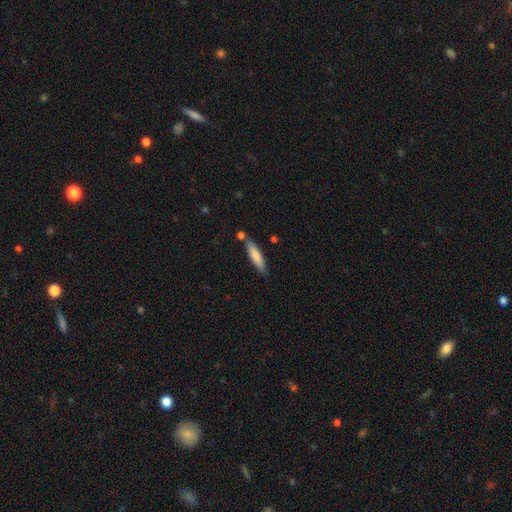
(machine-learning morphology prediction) Overall: smooth (81%). How rounded: cigar-shaped (78%). Merging: none (75%).